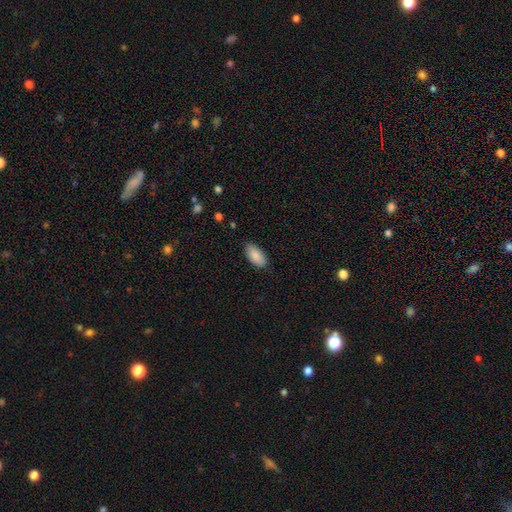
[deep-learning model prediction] A smooth galaxy with no disk features (88%) that is in between round and cigar-shaped (93%).

Vote fractions:
- Smooth or featured? smooth: 88% / star or artifact: 6% / featured or disk: 5%
- How rounded? in between: 93% / cigar-shaped: 5% / round: 2%
- Merging? none: 85% / minor disturbance: 12% / major disturbance: 2% / merger: 1%